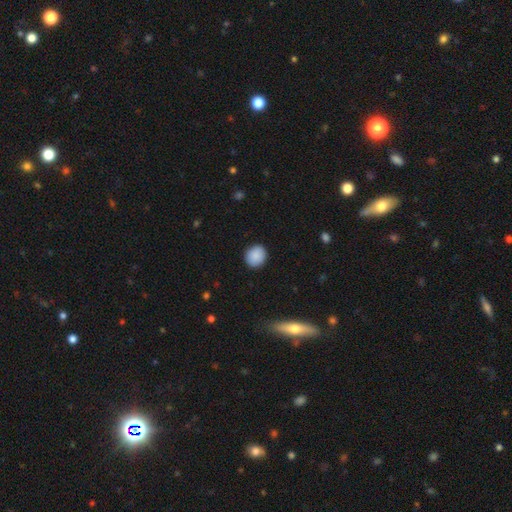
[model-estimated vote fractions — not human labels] Q: Smooth or featured?
A: smooth (89%); runner-up: star or artifact (7%)
Q: How rounded?
A: round (82%); runner-up: in between (17%)
Q: Merging?
A: none (90%); runner-up: minor disturbance (7%)